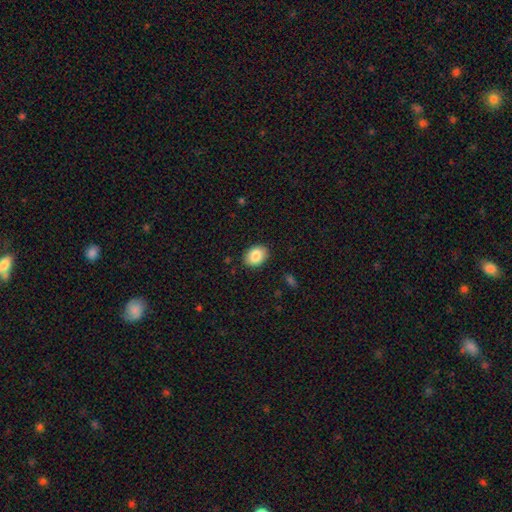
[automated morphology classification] Overall: smooth (86%). How rounded: in between (69%; round 30%). Merging: none (89%).